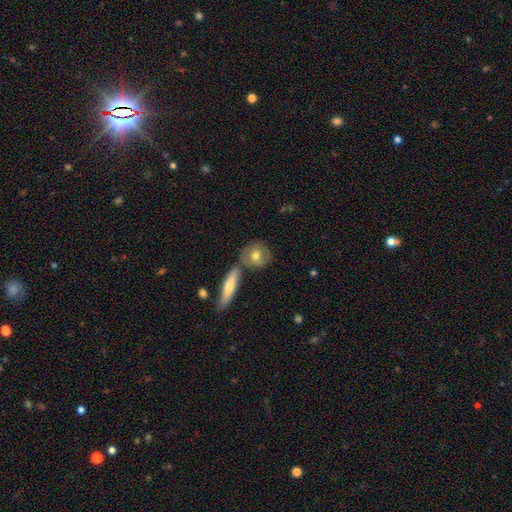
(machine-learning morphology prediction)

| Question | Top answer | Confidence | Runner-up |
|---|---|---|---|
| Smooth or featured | smooth | 63% | featured or disk (31%) |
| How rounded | round | 68% | in between (24%) |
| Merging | none | 63% | merger (22%) |